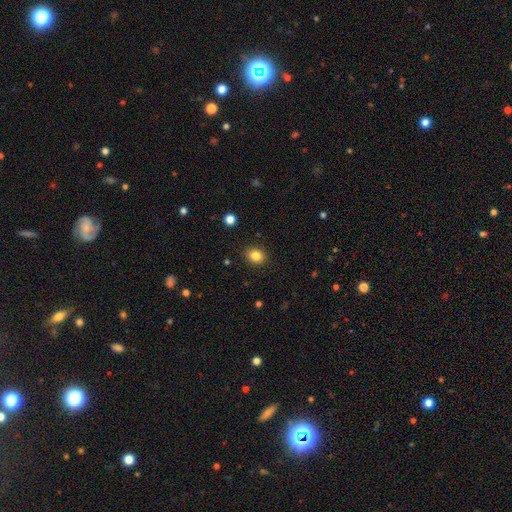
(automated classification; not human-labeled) This is clearly a smooth galaxy (83%). How rounded: possibly round (58%). Merging: clearly none (90%).